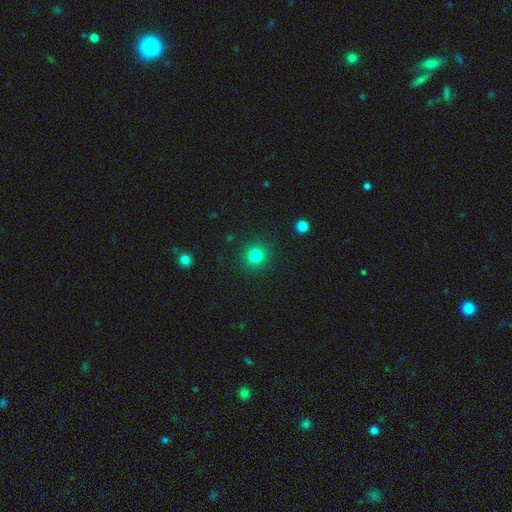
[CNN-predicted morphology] smooth 81%, star or artifact 13%, featured or disk 6%. Down the decision tree: how rounded — round (92%); merging — none (91%).